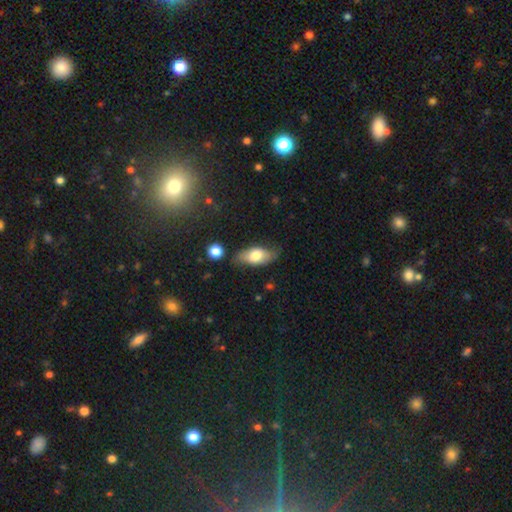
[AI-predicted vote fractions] Smooth or featured: smooth — 67% (featured or disk — 27%)
How rounded: in between — 86% (cigar-shaped — 10%)
Merging: none — 67% (minor disturbance — 24%)